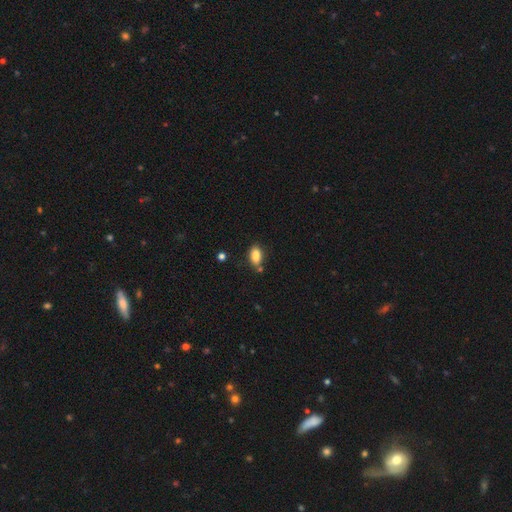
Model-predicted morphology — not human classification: Smooth or featured? smooth (85%)
How rounded? in between (88%)
Merging? none (71%)